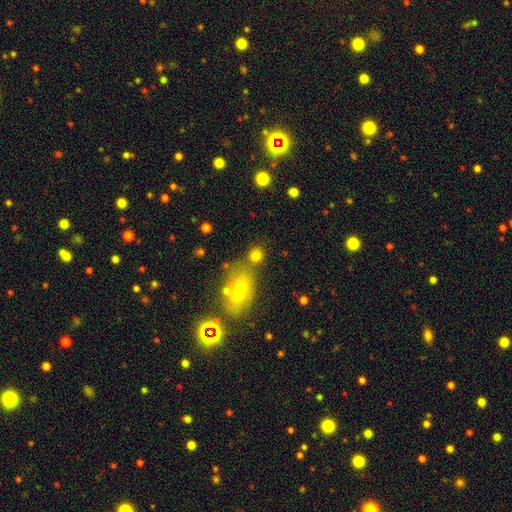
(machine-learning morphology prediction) Smooth or featured?
  - smooth: 79% *
  - star or artifact: 13%
  - featured or disk: 8%
How rounded?
  - round: 76% *
  - in between: 22%
  - cigar-shaped: 2%
Merging?
  - none: 68% *
  - merger: 18%
  - minor disturbance: 10%
  - major disturbance: 4%